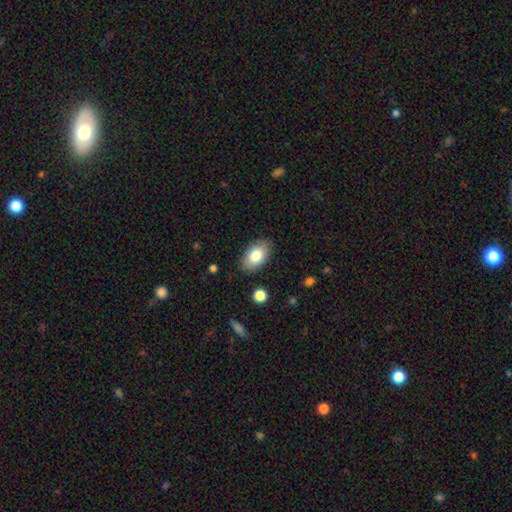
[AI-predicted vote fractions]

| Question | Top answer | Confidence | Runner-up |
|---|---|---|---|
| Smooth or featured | smooth | 80% | featured or disk (13%) |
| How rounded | in between | 93% | round (6%) |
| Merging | none | 86% | minor disturbance (10%) |